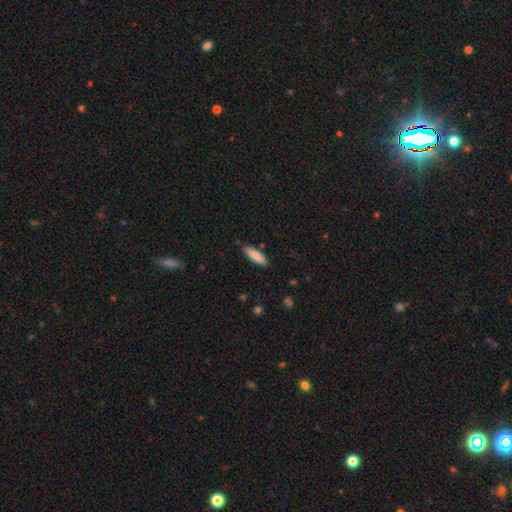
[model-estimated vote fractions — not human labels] Smooth or featured?
  - smooth: 86% *
  - featured or disk: 8%
  - star or artifact: 6%
How rounded?
  - in between: 49% * (tied)
  - cigar-shaped: 49% * (tied)
  - round: 1%
Merging?
  - none: 84% *
  - minor disturbance: 12%
  - major disturbance: 2%
  - merger: 2%